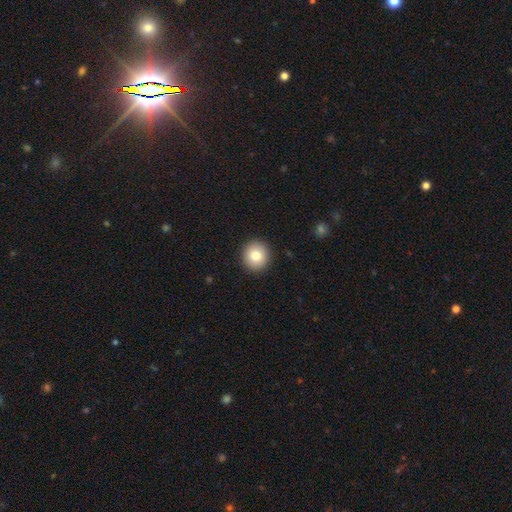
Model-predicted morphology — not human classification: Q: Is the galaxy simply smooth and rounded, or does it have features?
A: smooth — 81%.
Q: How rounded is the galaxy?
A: round — 92%.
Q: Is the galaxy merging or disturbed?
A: none — 93%.